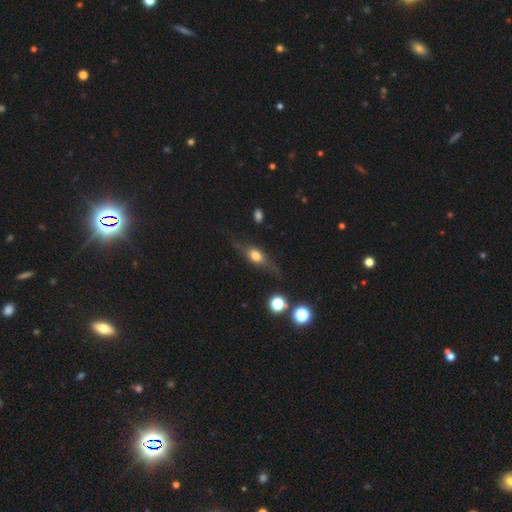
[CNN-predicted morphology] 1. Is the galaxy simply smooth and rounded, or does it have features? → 54% featured or disk, 37% smooth, 9% star or artifact.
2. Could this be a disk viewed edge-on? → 77% yes, 23% no.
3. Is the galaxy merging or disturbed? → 68% none, 19% minor disturbance, 10% major disturbance, 3% merger.